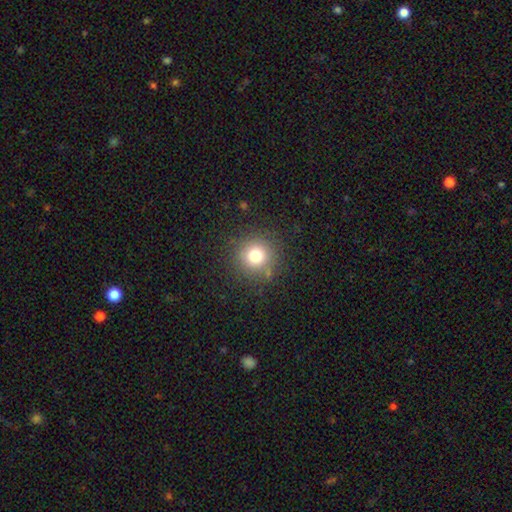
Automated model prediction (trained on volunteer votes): Smooth or featured?
  - smooth: 75% *
  - star or artifact: 15%
  - featured or disk: 9%
How rounded?
  - round: 94% *
  - in between: 6%
  - cigar-shaped: 1%
Merging?
  - none: 86% *
  - minor disturbance: 8%
  - major disturbance: 4%
  - merger: 2%